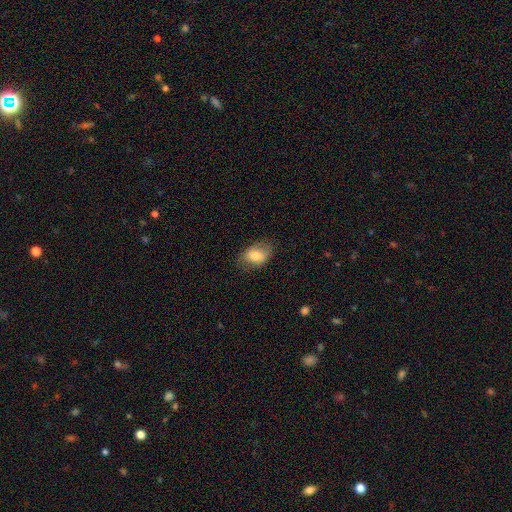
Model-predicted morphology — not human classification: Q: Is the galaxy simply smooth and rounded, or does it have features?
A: smooth — 79%.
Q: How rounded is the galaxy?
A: in between — 85%.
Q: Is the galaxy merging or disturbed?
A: none — 75%.